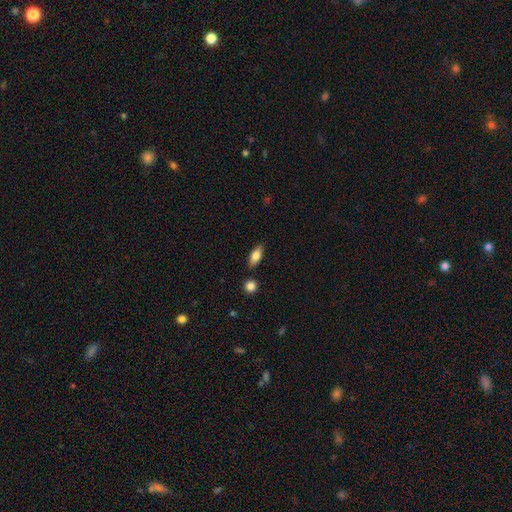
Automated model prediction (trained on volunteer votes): Overall: smooth (78%). How rounded: in between (82%). Merging: none (83%).